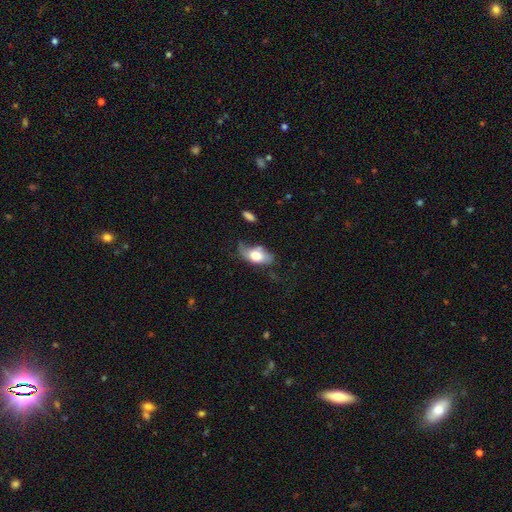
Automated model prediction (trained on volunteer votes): smooth-or-featured: smooth: 67% | featured or disk: 26% | star or artifact: 7%
  how-rounded: in between: 90% | round: 5% | cigar-shaped: 5%
  merging: none: 40% | minor disturbance: 34% | major disturbance: 18% | merger: 7%